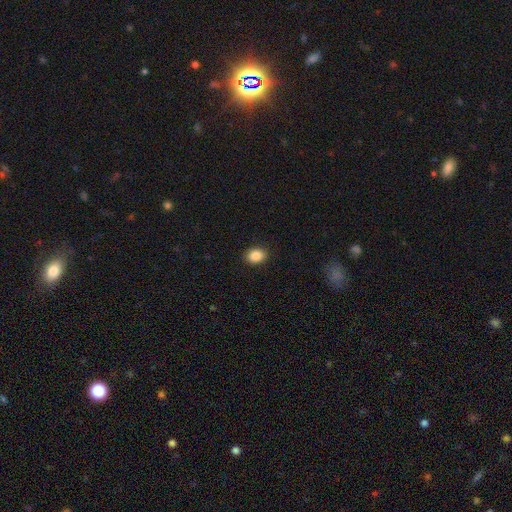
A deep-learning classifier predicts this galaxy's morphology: This is clearly a smooth galaxy (88%). How rounded: possibly in between (58%). Merging: clearly none (90%).